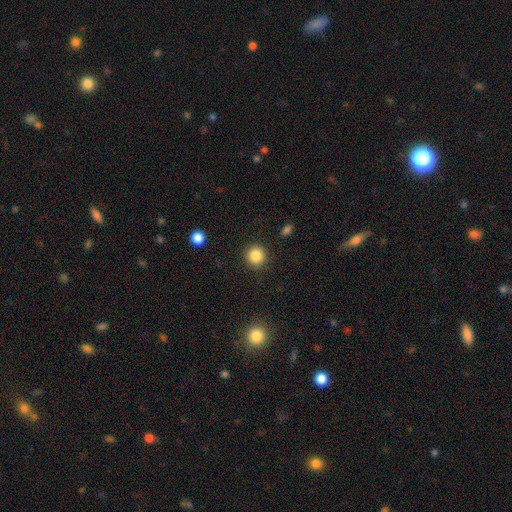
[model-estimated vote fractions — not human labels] A smooth galaxy with no disk features (86%) that is round (92%).

Vote fractions:
- Smooth or featured? smooth: 86% / star or artifact: 10% / featured or disk: 4%
- How rounded? round: 92% / in between: 7% / cigar-shaped: 1%
- Merging? none: 90% / minor disturbance: 6% / major disturbance: 2% / merger: 1%